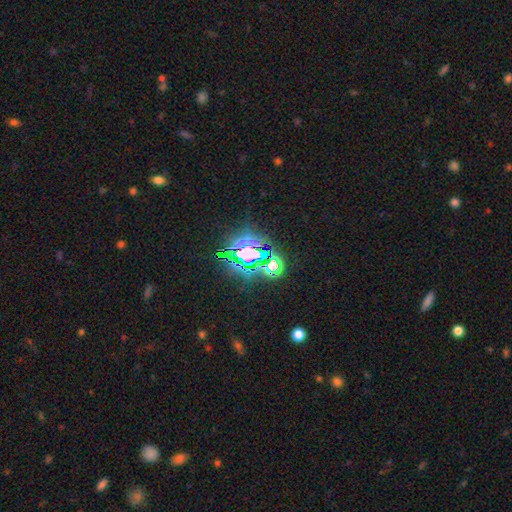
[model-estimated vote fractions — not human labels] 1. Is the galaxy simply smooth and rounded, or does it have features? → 77% star or artifact, 13% smooth, 10% featured or disk.